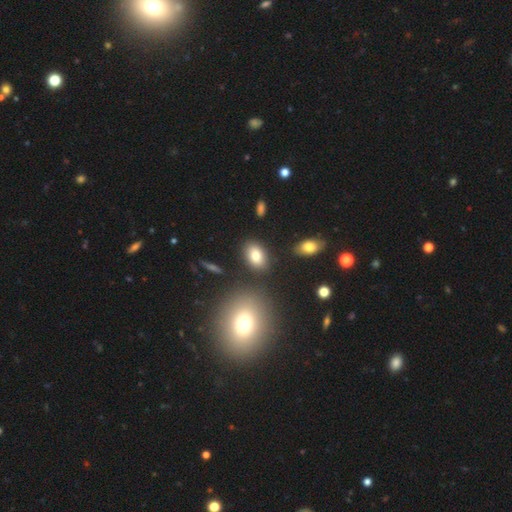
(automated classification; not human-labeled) Q: Smooth or featured?
A: smooth (80%); runner-up: featured or disk (11%)
Q: How rounded?
A: in between (84%); runner-up: round (15%)
Q: Merging?
A: none (84%); runner-up: minor disturbance (10%)